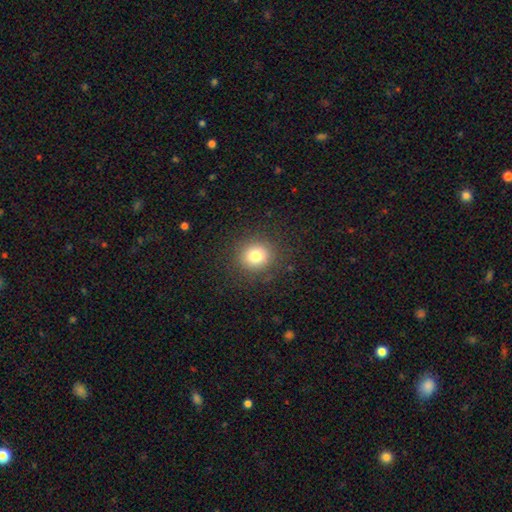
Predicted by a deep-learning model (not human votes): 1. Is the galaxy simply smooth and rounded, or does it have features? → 79% smooth, 13% star or artifact, 9% featured or disk.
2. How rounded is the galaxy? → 89% round, 10% in between, 1% cigar-shaped.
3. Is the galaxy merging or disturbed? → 88% none, 8% minor disturbance, 4% major disturbance, 1% merger.